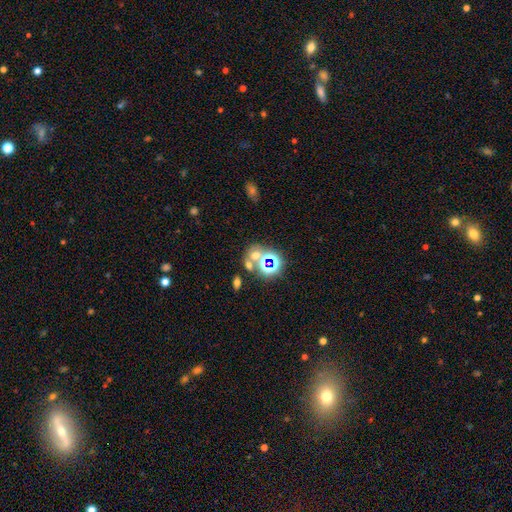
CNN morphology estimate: smooth_or_featured: smooth (p=0.48) [alt: star or artifact p=0.36]
merging: none (p=0.47) [alt: merger p=0.40]